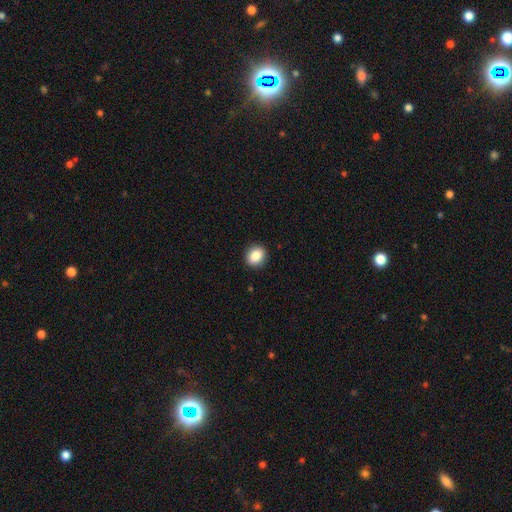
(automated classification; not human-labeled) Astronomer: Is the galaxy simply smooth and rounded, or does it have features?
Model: smooth — 86%.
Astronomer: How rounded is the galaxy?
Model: round — 68%.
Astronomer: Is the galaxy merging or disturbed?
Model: none — 91%.